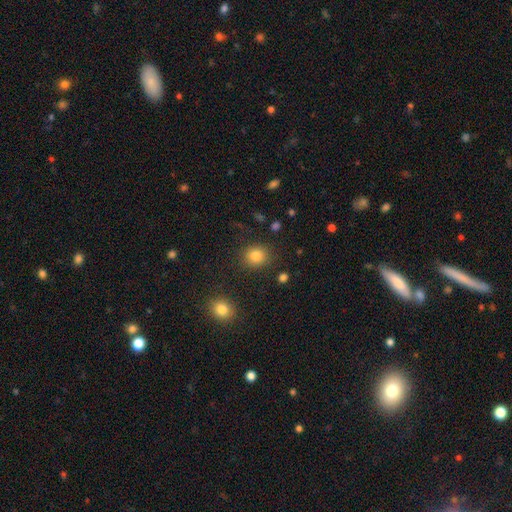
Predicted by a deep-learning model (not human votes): Morphology: type=smooth (82%); roundness=round (74%); merging=none (86%).